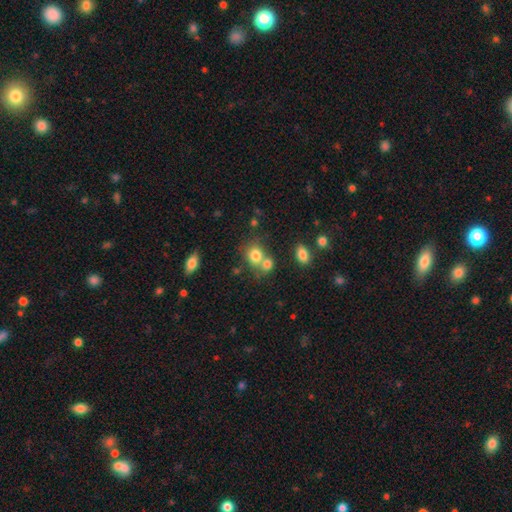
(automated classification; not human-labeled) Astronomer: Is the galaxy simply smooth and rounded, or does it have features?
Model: smooth — 78%.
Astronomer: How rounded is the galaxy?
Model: round — 67%.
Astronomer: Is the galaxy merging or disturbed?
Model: merger — 44% (runner-up: none, 43%).